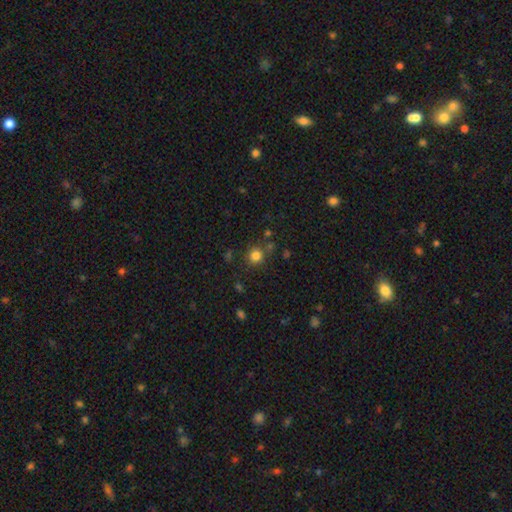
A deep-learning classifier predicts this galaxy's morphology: This is clearly a smooth galaxy (80%). How rounded: clearly round (91%). Merging: clearly none (81%).